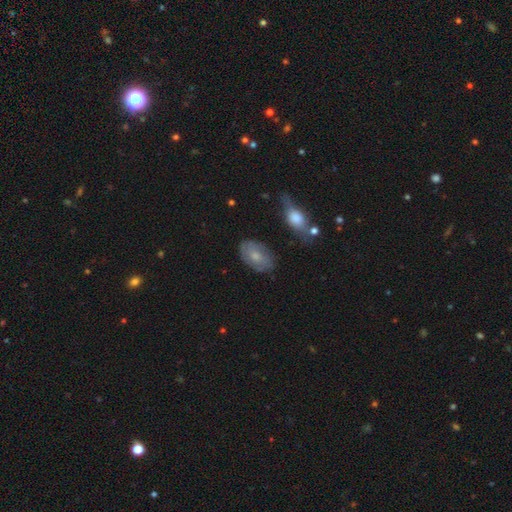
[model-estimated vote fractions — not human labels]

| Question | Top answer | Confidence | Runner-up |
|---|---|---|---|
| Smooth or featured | smooth | 53% | featured or disk (40%) |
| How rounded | in between | 87% | round (11%) |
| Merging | none | 72% | minor disturbance (20%) |